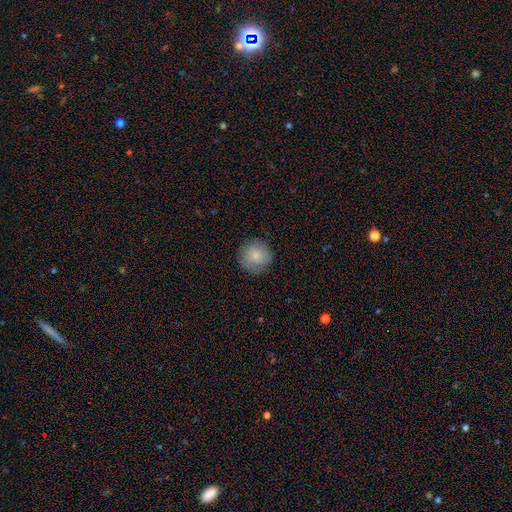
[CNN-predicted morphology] Smooth or featured? Predicted: smooth (p=0.85). How rounded? Predicted: round (p=0.94). Merging? Predicted: none (p=0.88).